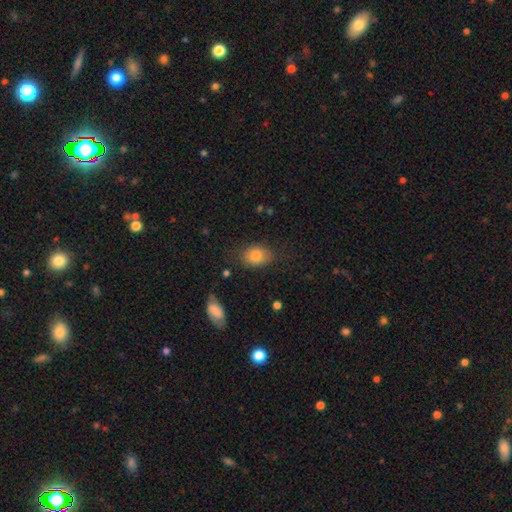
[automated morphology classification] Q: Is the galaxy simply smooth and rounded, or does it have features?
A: smooth — 82%.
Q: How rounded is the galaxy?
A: in between — 72%.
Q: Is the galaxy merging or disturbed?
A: none — 78%.